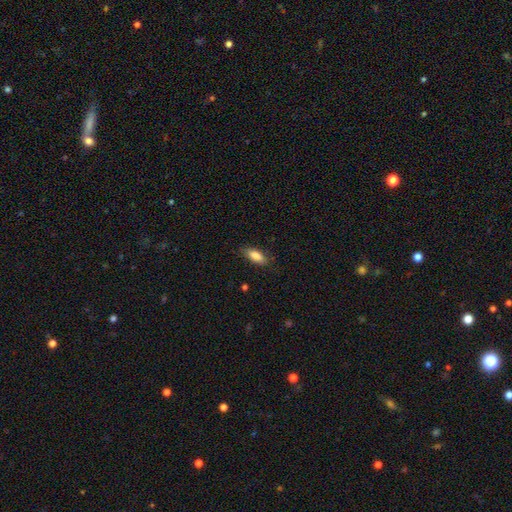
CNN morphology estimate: A smooth galaxy with no disk features (84%) that is in between round and cigar-shaped (75%).

Vote fractions:
- Smooth or featured? smooth: 84% / featured or disk: 9% / star or artifact: 7%
- How rounded? in between: 75% / cigar-shaped: 23% / round: 2%
- Merging? none: 81% / minor disturbance: 15% / major disturbance: 3% / merger: 1%